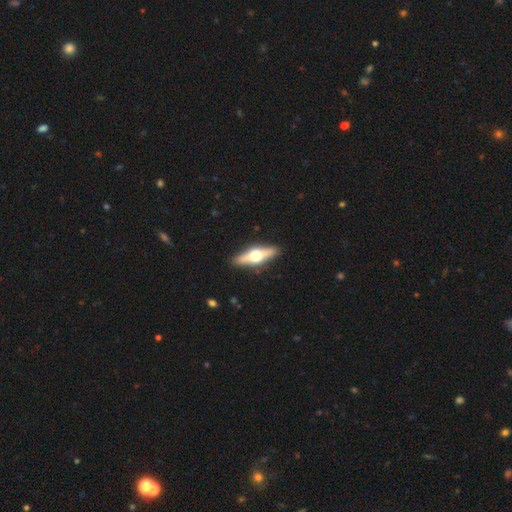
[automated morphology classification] Smooth or featured? Predicted: featured or disk (p=0.63). Edge-on disk? Predicted: yes (p=0.94). Edge-on bulge? Predicted: rounded (p=0.96). Merging? Predicted: none (p=0.90).